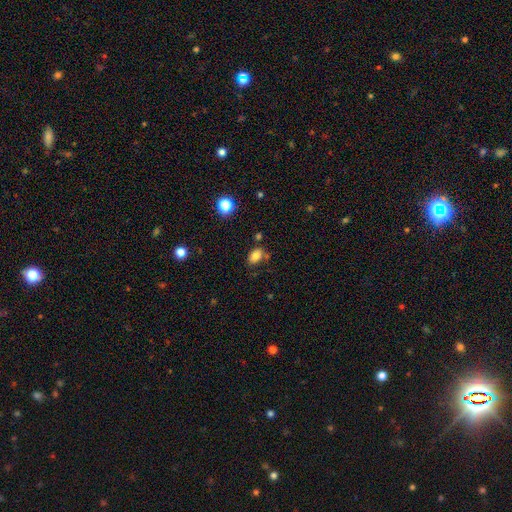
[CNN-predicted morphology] Smooth or featured: smooth — 82% (star or artifact — 11%)
How rounded: in between — 84% (round — 15%)
Merging: none — 72% (minor disturbance — 16%)